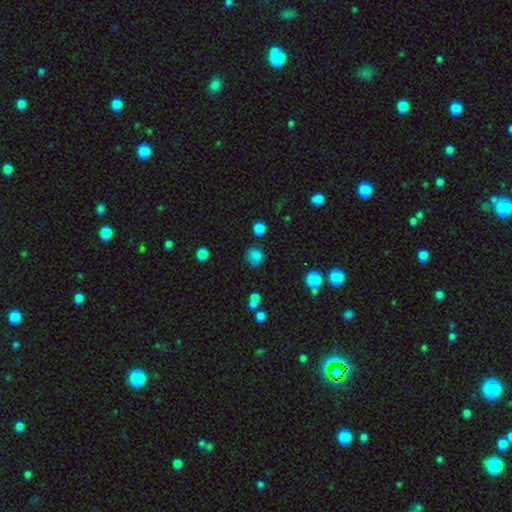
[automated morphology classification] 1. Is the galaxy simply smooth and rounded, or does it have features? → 76% smooth, 17% star or artifact, 7% featured or disk.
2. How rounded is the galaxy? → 73% round, 26% in between, 1% cigar-shaped.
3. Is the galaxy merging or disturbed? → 65% none, 21% minor disturbance, 8% major disturbance, 6% merger.